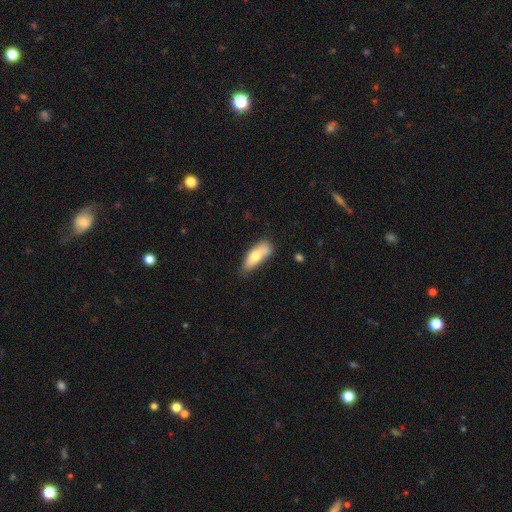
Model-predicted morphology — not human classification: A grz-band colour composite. It shows a smooth galaxy with no disk features (71%) that is in between round and cigar-shaped (71%). Merging: none (55%).